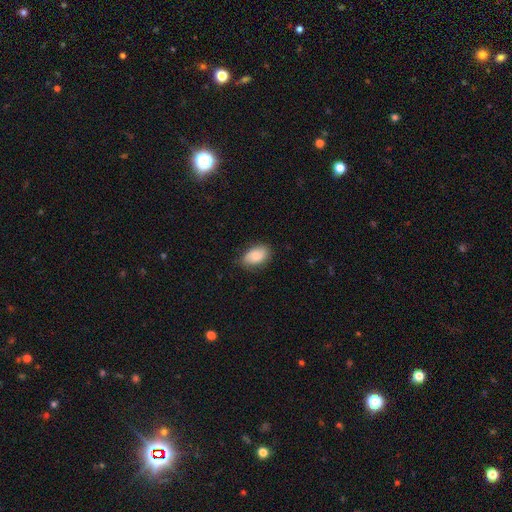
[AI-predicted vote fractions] This appears to be a smooth galaxy with no disk features (78%) that is in between round and cigar-shaped (91%). Merging: none (78%).